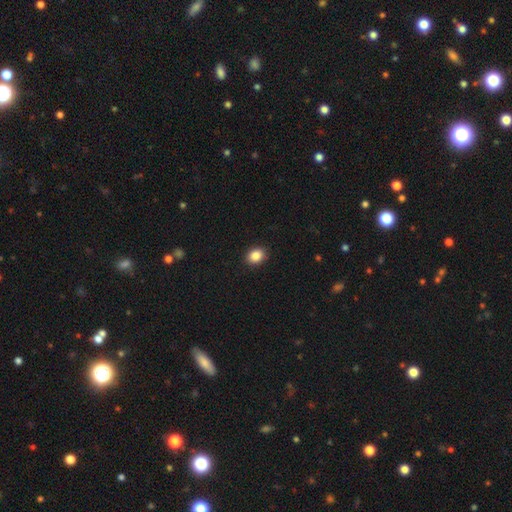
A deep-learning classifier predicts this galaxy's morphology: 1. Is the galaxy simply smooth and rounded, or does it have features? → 87% smooth, 9% star or artifact, 4% featured or disk.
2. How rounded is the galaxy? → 59% in between, 40% round, 1% cigar-shaped.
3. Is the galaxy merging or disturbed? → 91% none, 7% minor disturbance, 2% major disturbance, 1% merger.